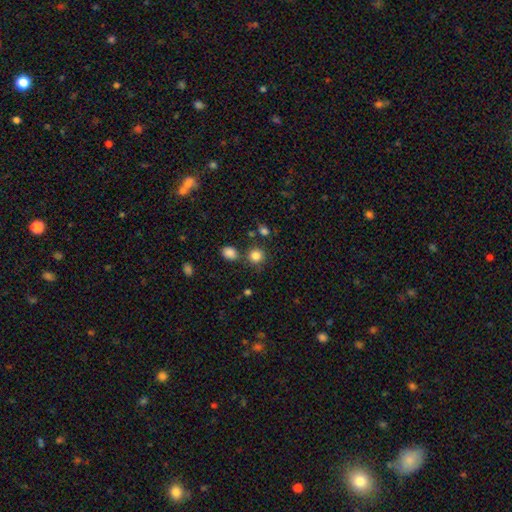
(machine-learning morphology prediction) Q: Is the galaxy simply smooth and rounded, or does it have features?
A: smooth — 84%.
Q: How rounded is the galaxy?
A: round — 88%.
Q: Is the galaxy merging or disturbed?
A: none — 76%.